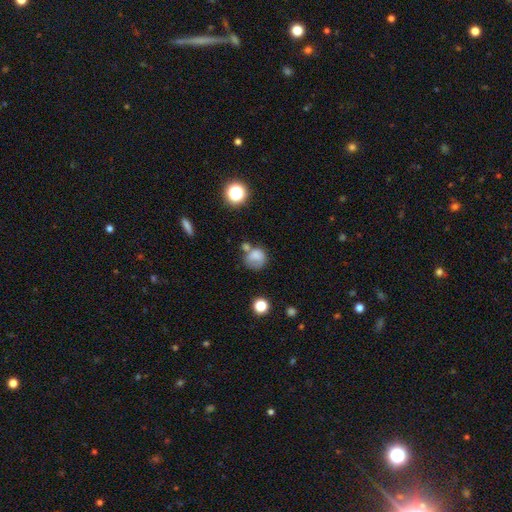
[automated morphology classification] The model was most divided on "merging": none: 41%, minor disturbance: 22%, merger: 21%, major disturbance: 16%. More confident: how rounded — round (75%); smooth or featured — smooth (73%).